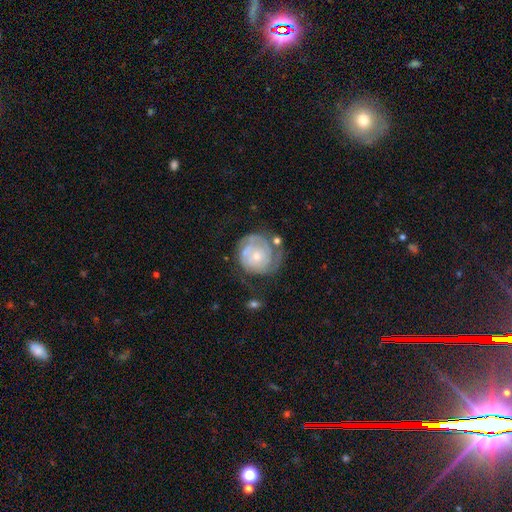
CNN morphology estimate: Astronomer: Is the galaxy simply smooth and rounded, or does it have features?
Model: featured or disk — 75%.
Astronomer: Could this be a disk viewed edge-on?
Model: no — 98%.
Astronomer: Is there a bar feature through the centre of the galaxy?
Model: no — 81%.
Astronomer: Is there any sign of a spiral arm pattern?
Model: yes — 87%.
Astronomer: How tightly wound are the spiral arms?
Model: tight — 72%.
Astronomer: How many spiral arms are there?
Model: can't tell — 35% (runner-up: 2, 32%).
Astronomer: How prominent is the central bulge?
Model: small — 57% (runner-up: moderate, 37%).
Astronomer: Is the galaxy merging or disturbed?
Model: none — 53%.